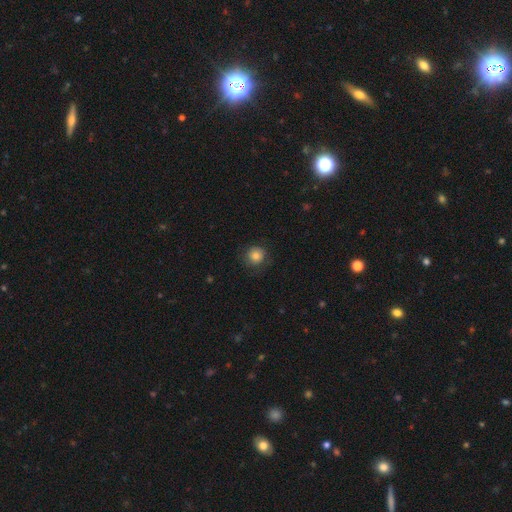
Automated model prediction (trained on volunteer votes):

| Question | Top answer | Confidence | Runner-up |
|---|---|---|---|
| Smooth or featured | smooth | 80% | star or artifact (10%) |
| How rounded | round | 91% | in between (8%) |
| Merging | none | 77% | minor disturbance (15%) |